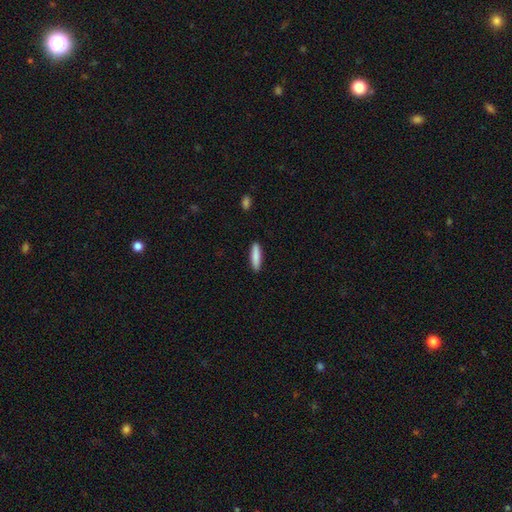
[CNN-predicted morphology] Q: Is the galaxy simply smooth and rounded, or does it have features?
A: smooth — 86%.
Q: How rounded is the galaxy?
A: cigar-shaped — 79%.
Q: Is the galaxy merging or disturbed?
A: none — 90%.